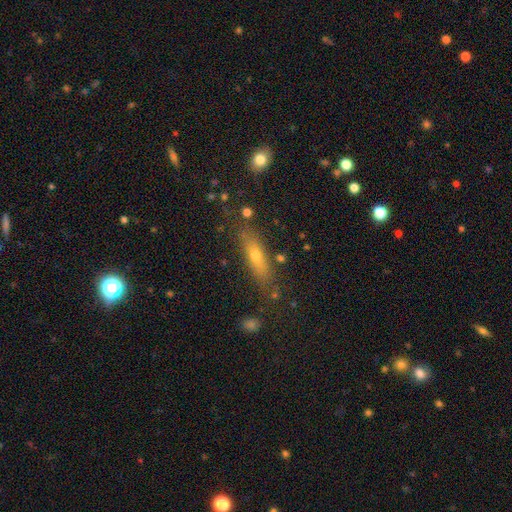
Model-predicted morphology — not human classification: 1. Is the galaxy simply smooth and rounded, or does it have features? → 58% smooth, 31% featured or disk, 10% star or artifact.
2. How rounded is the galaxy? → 68% cigar-shaped, 30% in between, 3% round.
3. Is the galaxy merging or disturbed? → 78% none, 14% minor disturbance, 4% major disturbance, 4% merger.